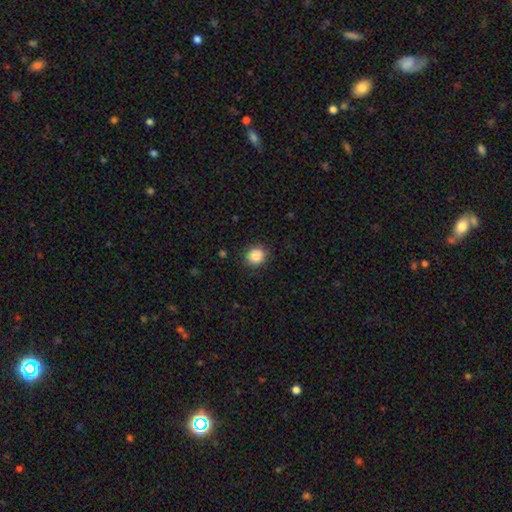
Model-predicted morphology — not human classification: Smooth or featured?
  - smooth: 87% *
  - star or artifact: 9%
  - featured or disk: 4%
How rounded?
  - round: 83% *
  - in between: 16%
  - cigar-shaped: 1%
Merging?
  - none: 89% *
  - minor disturbance: 7%
  - major disturbance: 2%
  - merger: 1%